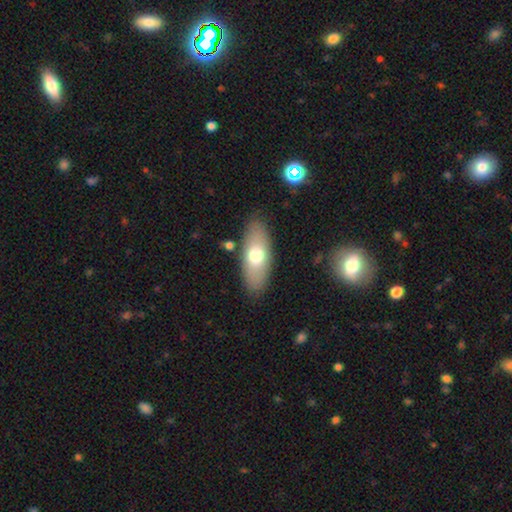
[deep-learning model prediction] Smooth or featured? smooth (68%)
How rounded? in between (81%)
Merging? none (84%)